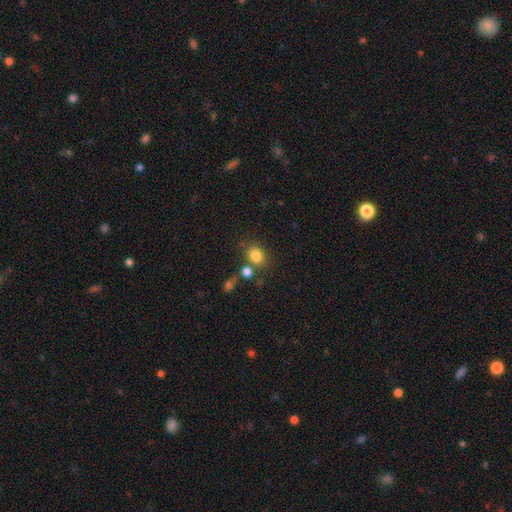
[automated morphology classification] The model was most divided on "how rounded": round: 56%, in between: 43%, cigar-shaped: 1%. More confident: smooth or featured — smooth (82%); merging — none (65%).